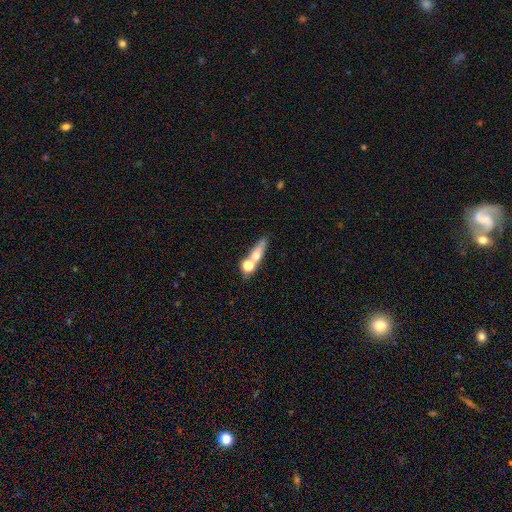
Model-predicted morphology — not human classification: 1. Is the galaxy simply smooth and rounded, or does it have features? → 56% smooth, 32% featured or disk, 11% star or artifact.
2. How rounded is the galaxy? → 38% cigar-shaped, 33% in between, 29% round.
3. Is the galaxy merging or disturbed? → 48% merger, 35% none, 10% minor disturbance, 7% major disturbance.